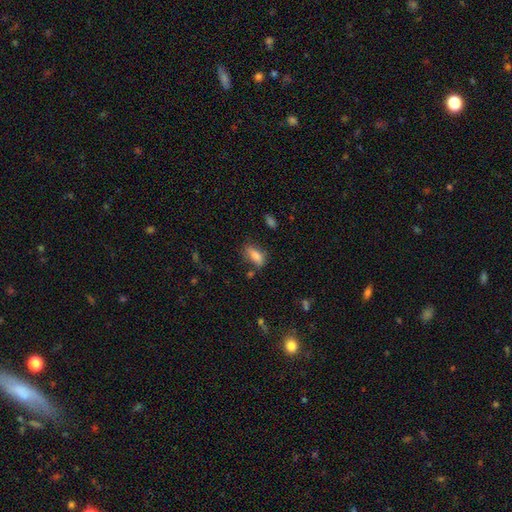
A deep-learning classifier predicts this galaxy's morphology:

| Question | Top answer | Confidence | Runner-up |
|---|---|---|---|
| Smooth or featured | smooth | 82% | featured or disk (9%) |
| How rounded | in between | 80% | cigar-shaped (17%) |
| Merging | none | 64% | minor disturbance (23%) |